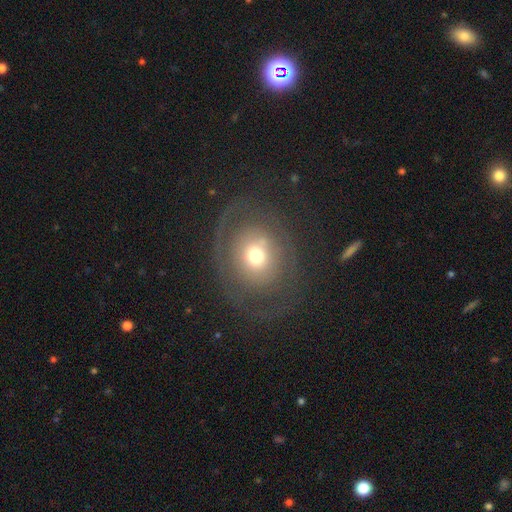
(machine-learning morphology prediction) The model was most divided on "smooth or featured": featured or disk: 56%, smooth: 33%, star or artifact: 11%. More confident: edge-on disk — no (96%); bar — no (79%); spiral arms — yes (68%); merging — none (66%); bulge size — moderate (55%).